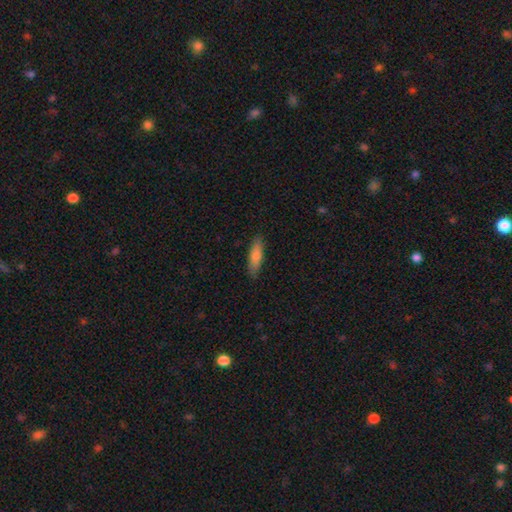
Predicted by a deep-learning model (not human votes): Smooth or featured? Predicted: smooth (p=0.74). How rounded? Predicted: cigar-shaped (p=0.62). Merging? Predicted: none (p=0.87).